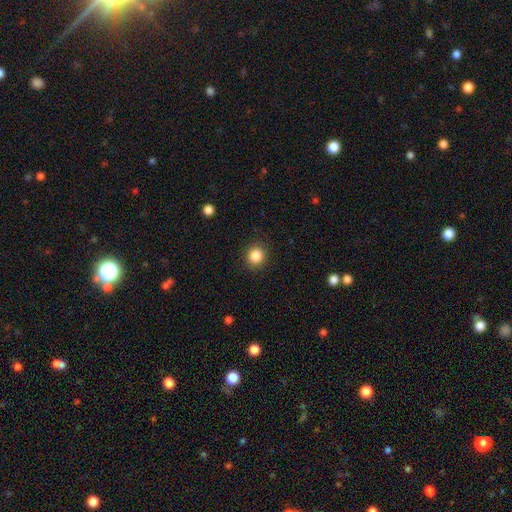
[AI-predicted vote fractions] Overall: smooth (86%). How rounded: round (86%). Merging: none (90%).